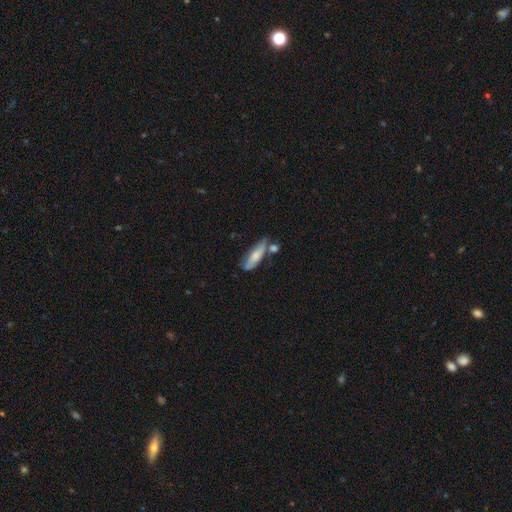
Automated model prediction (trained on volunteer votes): A smooth galaxy with no disk features (67%) that is cigar-shaped (55%). Merging: none (48%).